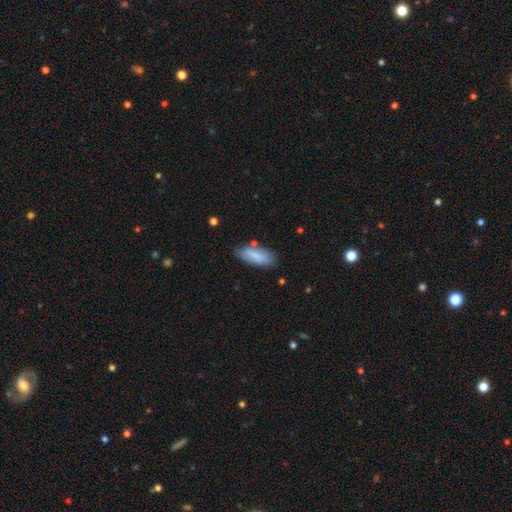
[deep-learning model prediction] Q: Smooth or featured?
A: smooth (76%); runner-up: featured or disk (18%)
Q: How rounded?
A: in between (75%); runner-up: cigar-shaped (23%)
Q: Merging?
A: none (71%); runner-up: minor disturbance (20%)